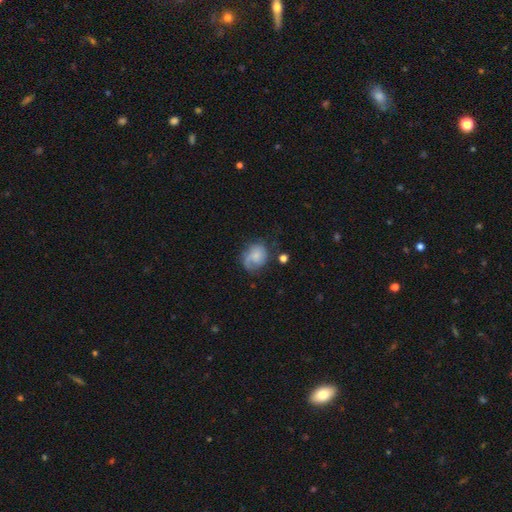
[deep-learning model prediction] Morphology: type=smooth (48%); merging=none (50%).